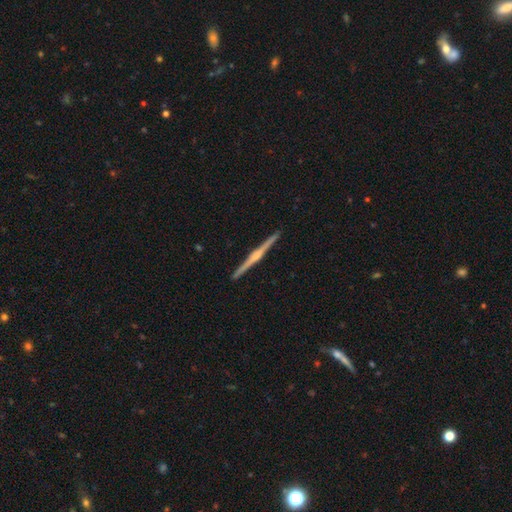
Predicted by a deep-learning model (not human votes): Smooth or featured?
  - featured or disk: 82% *
  - smooth: 13%
  - star or artifact: 5%
Edge-on disk?
  - yes: 99% *
  - no: 1%
Edge-on bulge?
  - rounded: 73% *
  - boxy: 15%
  - none: 12%
Merging?
  - none: 94% *
  - minor disturbance: 4%
  - major disturbance: 1%
  - merger: 1%